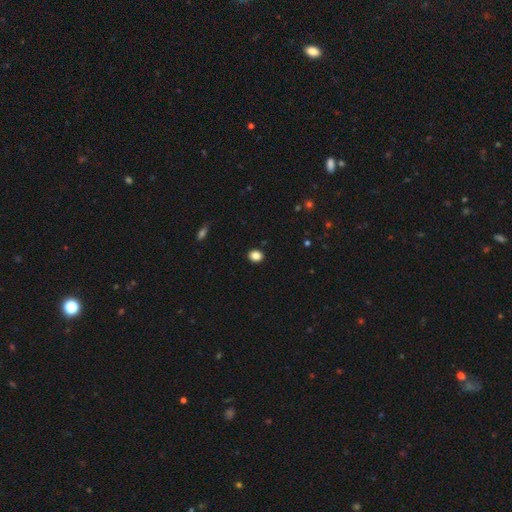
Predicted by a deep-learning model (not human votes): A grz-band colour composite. It shows a smooth galaxy with no disk features (86%) that is round (62%). Merging: none (91%).